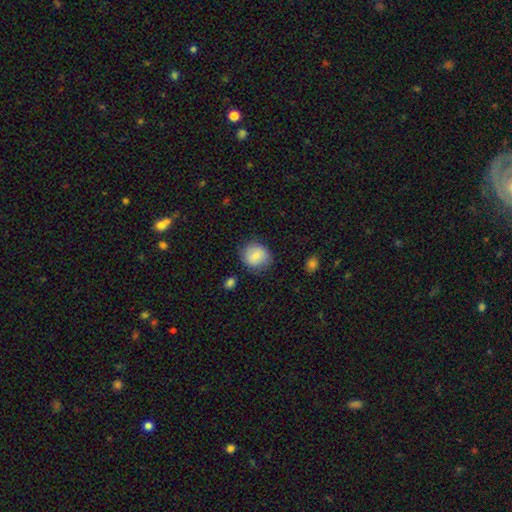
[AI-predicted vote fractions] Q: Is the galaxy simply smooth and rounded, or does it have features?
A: smooth — 80%.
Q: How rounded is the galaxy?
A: round — 79%.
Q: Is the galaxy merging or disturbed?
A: none — 78%.